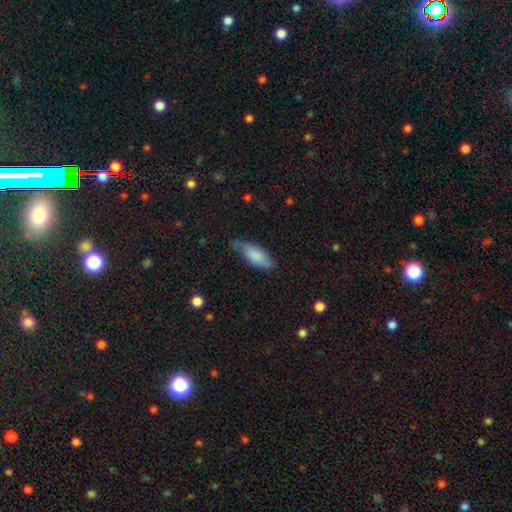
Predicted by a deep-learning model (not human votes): This appears to be a smooth galaxy with no disk features (69%) that is in between round and cigar-shaped (78%). Merging: none (56%).